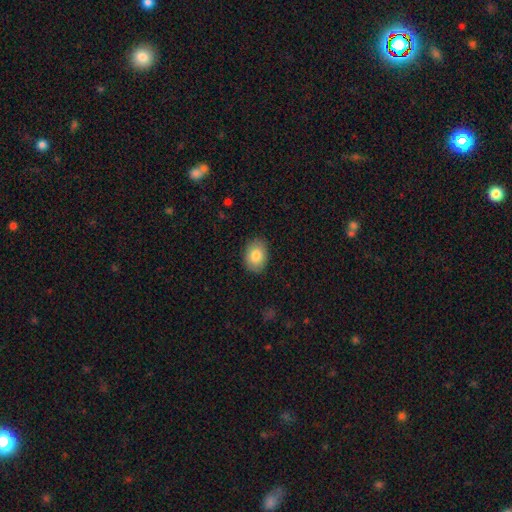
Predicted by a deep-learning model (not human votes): This appears to be a smooth galaxy with no disk features (84%) that is in between round and cigar-shaped (76%). Merging: none (86%).